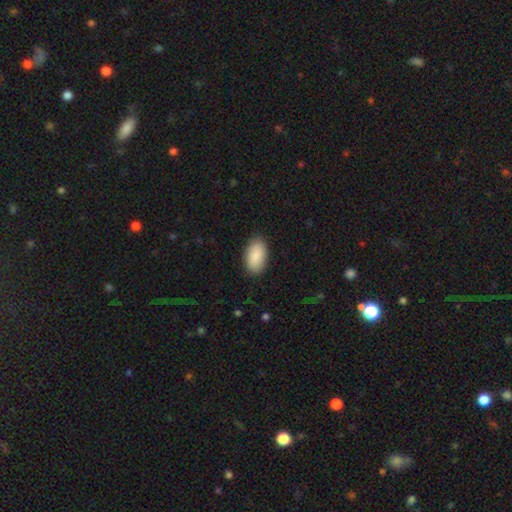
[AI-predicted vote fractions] Smooth or featured? Predicted: smooth (p=0.90). How rounded? Predicted: in between (p=0.95). Merging? Predicted: none (p=0.88).